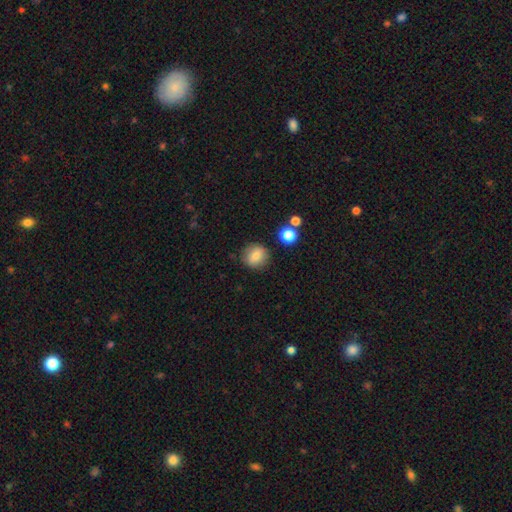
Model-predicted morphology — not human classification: The model was most divided on "smooth or featured": smooth: 78%, featured or disk: 12%, star or artifact: 10%. More confident: how rounded — round (86%); merging — none (85%).